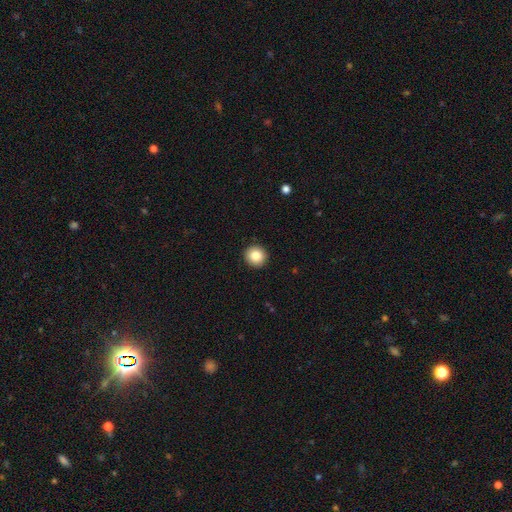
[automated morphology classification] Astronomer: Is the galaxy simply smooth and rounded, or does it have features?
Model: smooth — 85%.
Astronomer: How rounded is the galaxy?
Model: round — 93%.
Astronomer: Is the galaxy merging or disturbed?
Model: none — 93%.